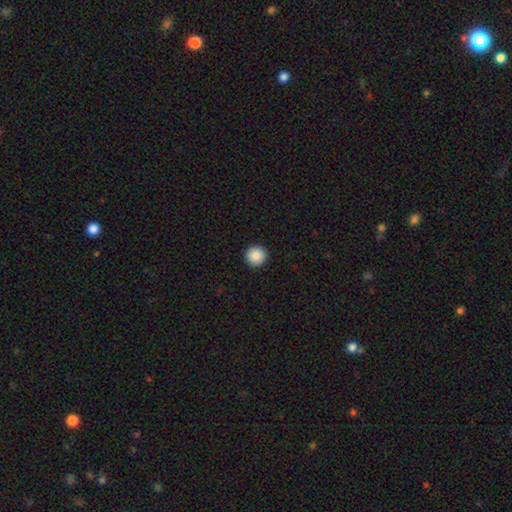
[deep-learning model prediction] smooth_or_featured: smooth (p=0.88) [alt: star or artifact p=0.08]
how_rounded: round (p=0.96) [alt: in between p=0.03]
merging: none (p=0.93) [alt: minor disturbance p=0.04]